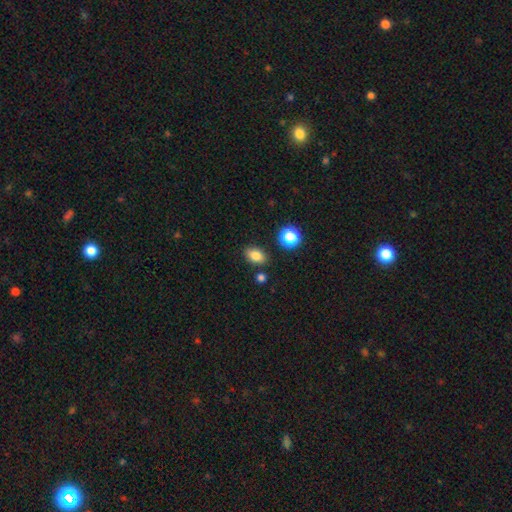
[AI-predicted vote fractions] Morphology: type=smooth (82%); roundness=in between (82%); merging=none (83%).